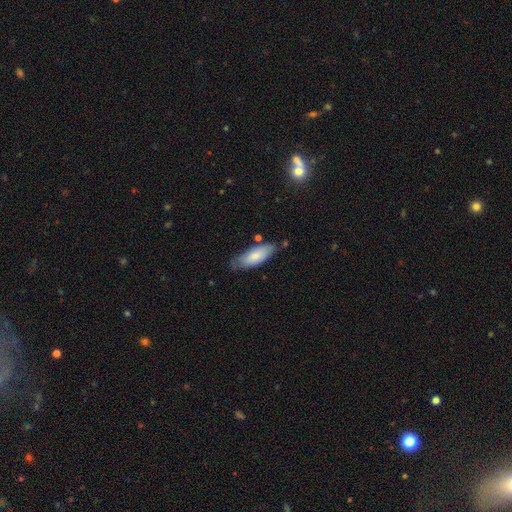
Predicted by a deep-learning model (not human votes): This is likely a smooth galaxy (77%). How rounded: likely in between (73%). Merging: likely none (67%).